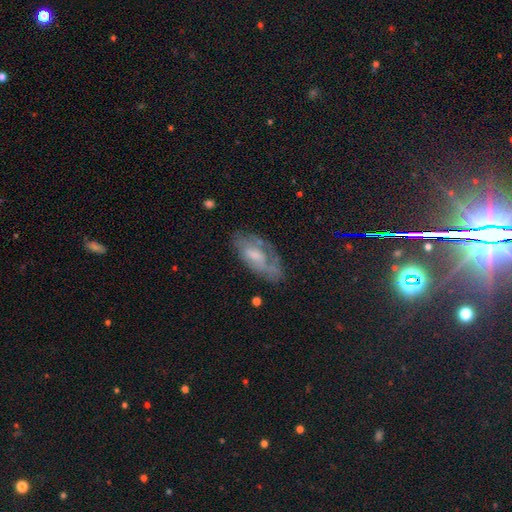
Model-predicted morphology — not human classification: Smooth or featured? Predicted: featured or disk (p=0.52). Edge-on disk? Predicted: no (p=0.88). Merging? Predicted: none (p=0.58).